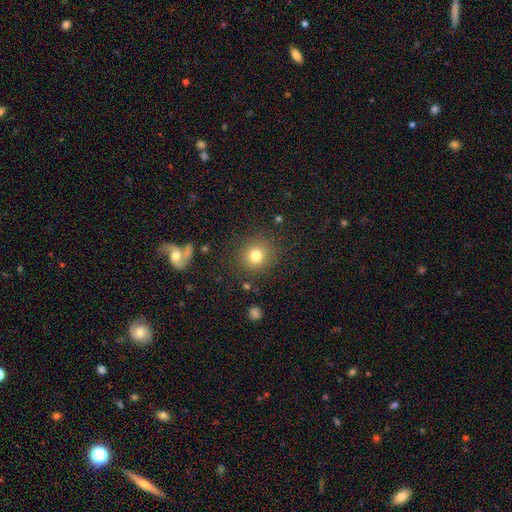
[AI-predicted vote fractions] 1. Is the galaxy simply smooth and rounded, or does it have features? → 78% smooth, 14% star or artifact, 8% featured or disk.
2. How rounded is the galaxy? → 89% round, 10% in between, 1% cigar-shaped.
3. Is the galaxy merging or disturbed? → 86% none, 8% minor disturbance, 4% major disturbance, 2% merger.